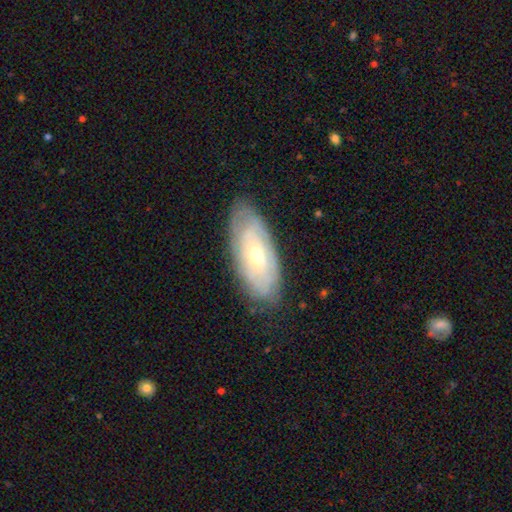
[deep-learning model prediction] Smooth or featured? featured or disk (63%)
Edge-on disk? no (86%)
Bar? no (74%)
Spiral arms? yes (70%)
Bulge size? moderate (49%)
Merging? none (80%)